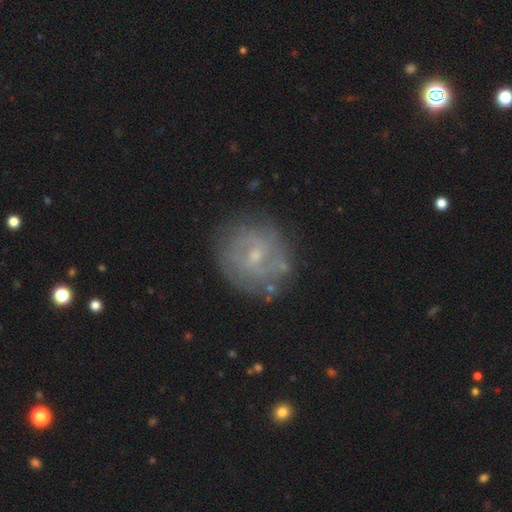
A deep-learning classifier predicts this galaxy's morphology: Overall: featured or disk (62%; smooth 29%). Edge-on disk: no (97%). Bar: no (48%; weak 45%). Spiral arms: yes (61%; no 39%). Bulge size: small (62%; moderate 31%). Merging: none (75%).